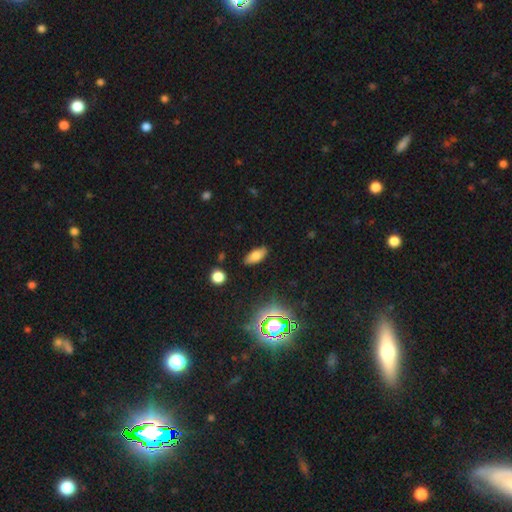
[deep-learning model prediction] A smooth galaxy with no disk features (75%) that is in between round and cigar-shaped (85%).

Vote fractions:
- Smooth or featured? smooth: 75% / featured or disk: 13% / star or artifact: 13%
- How rounded? in between: 85% / cigar-shaped: 11% / round: 4%
- Merging? none: 86% / minor disturbance: 10% / major disturbance: 2% / merger: 2%